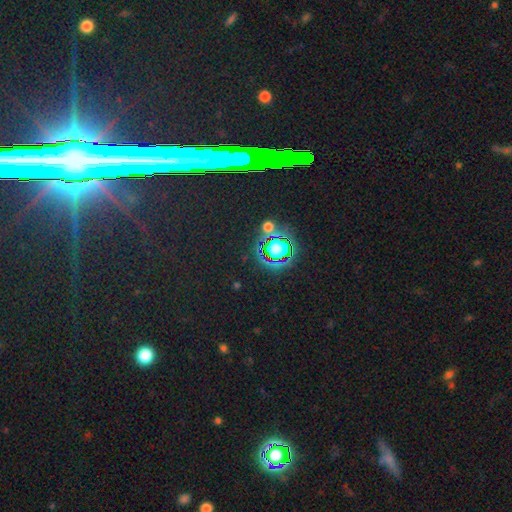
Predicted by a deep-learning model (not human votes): A star or artifact, not a galaxy (78%).

Vote fractions:
- Smooth or featured? star or artifact: 78% / featured or disk: 13% / smooth: 10%